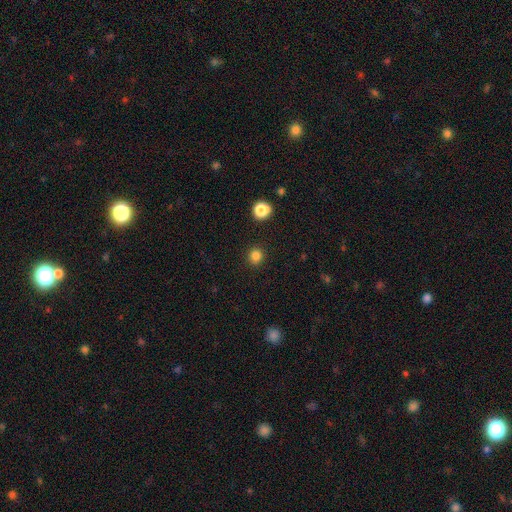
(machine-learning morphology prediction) Smooth or featured? Predicted: smooth (p=0.83). How rounded? Predicted: round (p=0.89). Merging? Predicted: none (p=0.90).